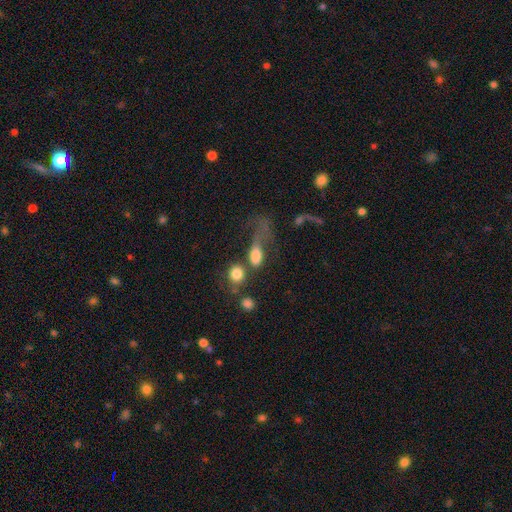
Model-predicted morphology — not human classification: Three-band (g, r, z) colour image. It shows a smooth galaxy with no disk features (74%) that is in between round and cigar-shaped (67%). Merging: merger (33%, tied with major disturbance).